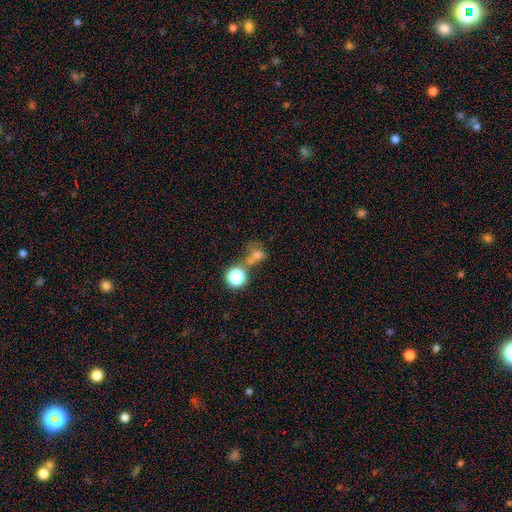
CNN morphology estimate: The model was most divided on "merging": merger: 41%, none: 36%, major disturbance: 12%, minor disturbance: 11%. More confident: how rounded — round (72%); smooth or featured — smooth (58%).